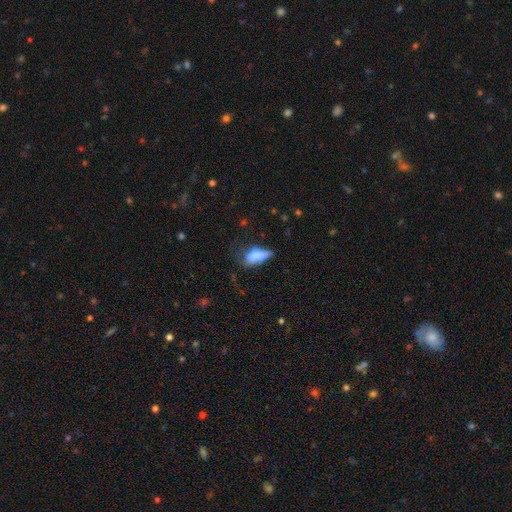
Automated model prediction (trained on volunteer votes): smooth_or_featured: smooth (p=0.68) [alt: featured or disk p=0.22]
how_rounded: in between (p=0.75) [alt: cigar-shaped p=0.20]
merging: major disturbance (p=0.32) [tied with: minor disturbance p=0.32]